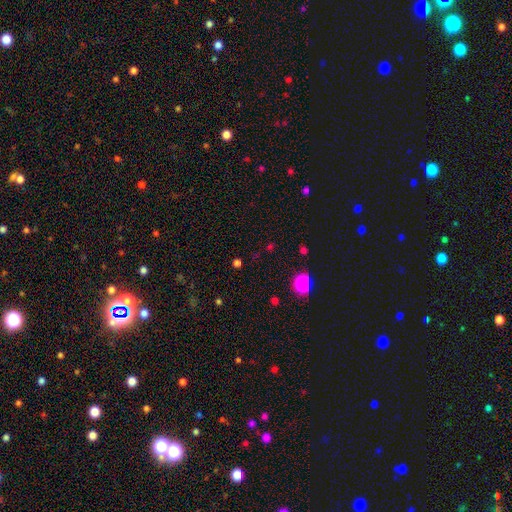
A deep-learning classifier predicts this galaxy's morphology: smooth-or-featured: star or artifact: 53% | smooth: 40% | featured or disk: 7%